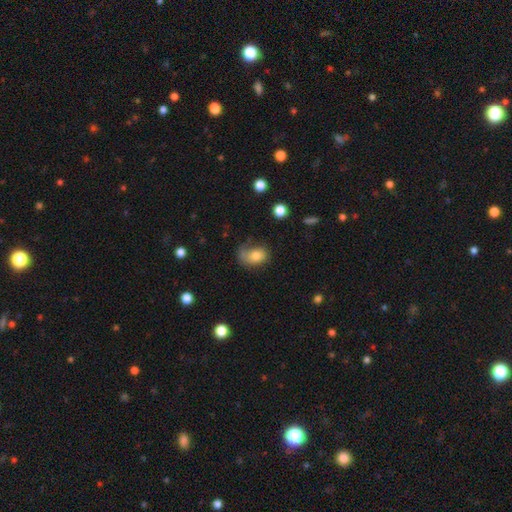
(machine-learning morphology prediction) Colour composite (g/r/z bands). It shows a smooth galaxy with no disk features (69%) that is in between round and cigar-shaped (75%). Merging: none (38%).